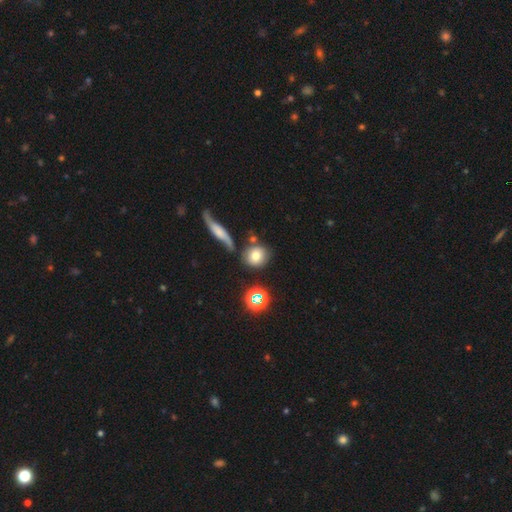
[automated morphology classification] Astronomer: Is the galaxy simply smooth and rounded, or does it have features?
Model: smooth — 73%.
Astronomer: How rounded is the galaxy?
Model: round — 78%.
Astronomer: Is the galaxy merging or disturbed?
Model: none — 73%.